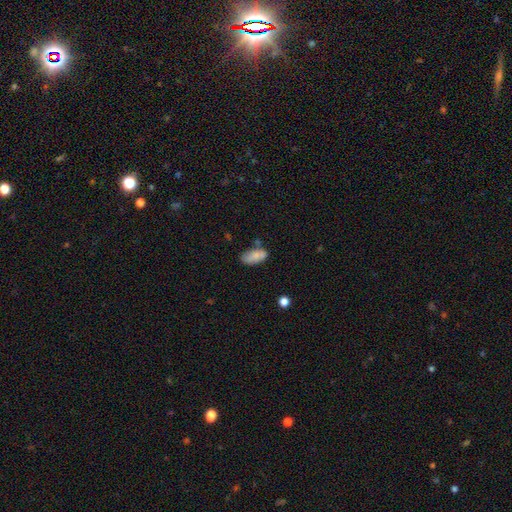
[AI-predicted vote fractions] Overall: smooth (80%). How rounded: in between (91%). Merging: none (63%).